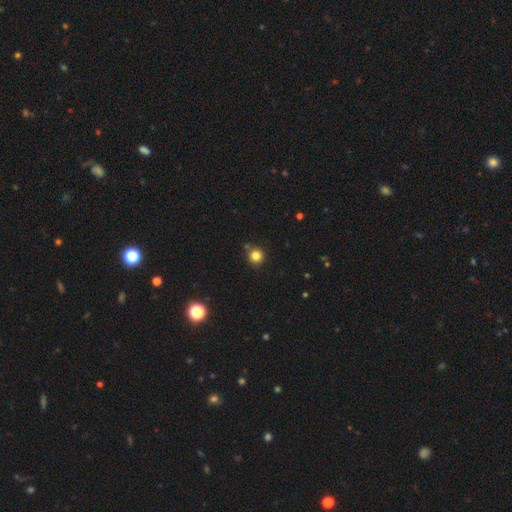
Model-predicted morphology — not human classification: Q: Smooth or featured?
A: smooth (82%); runner-up: star or artifact (13%)
Q: How rounded?
A: round (94%); runner-up: in between (5%)
Q: Merging?
A: none (82%); runner-up: minor disturbance (9%)